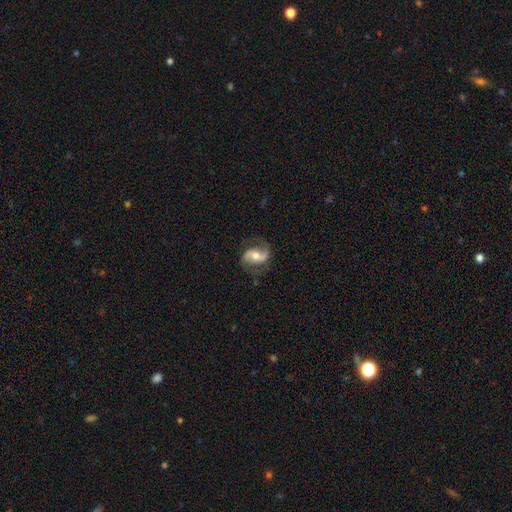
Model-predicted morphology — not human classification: The model was most divided on "bar" (2-way tie): no: 39%, weak: 39%, strong: 22%. Remaining: edge-on disk — no (97%); spiral arms — yes (95%); spiral arm count — 2 (90%); smooth or featured — featured or disk (82%); merging — none (73%); bulge size — moderate (67%); spiral winding — loose (45%).